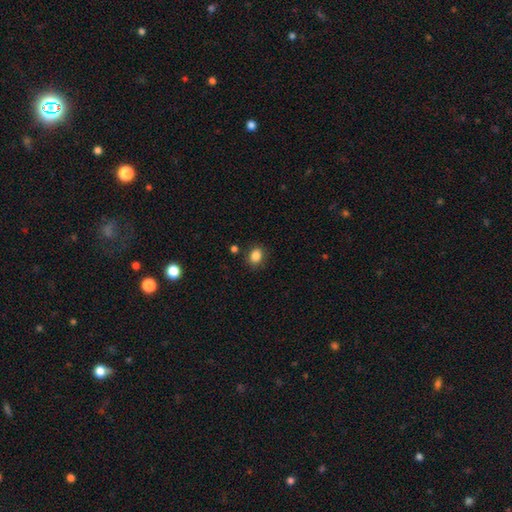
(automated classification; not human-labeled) Overall: smooth (86%). How rounded: in between (51%; round 48%). Merging: none (84%).